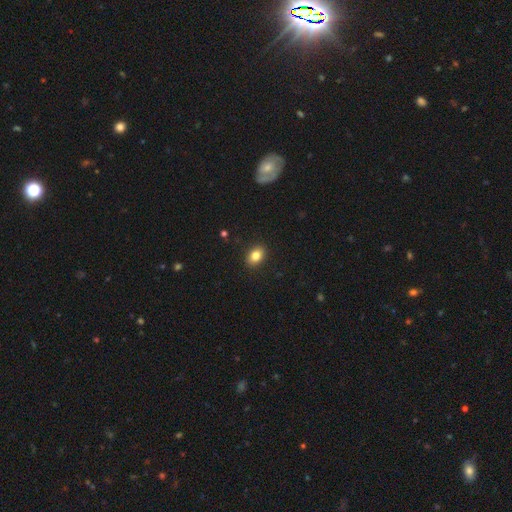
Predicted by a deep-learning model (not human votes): smooth 83%, star or artifact 9%, featured or disk 8%. Down the decision tree: how rounded — in between (74%); merging — none (90%).